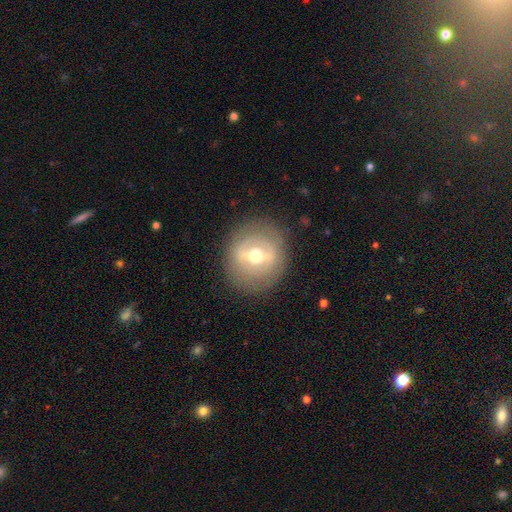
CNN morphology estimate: Smooth or featured?
  - featured or disk: 69% *
  - smooth: 24%
  - star or artifact: 7%
Edge-on disk?
  - no: 89% *
  - yes: 11%
Bar?
  - strong: 56% *
  - weak: 31%
  - no: 12%
Spiral arms?
  - no: 72% *
  - yes: 28%
Bulge size?
  - moderate: 74% *
  - small: 17%
  - large: 7%
  - dominant: 1%
  - none: 1%
Merging?
  - none: 83% *
  - minor disturbance: 11%
  - major disturbance: 5%
  - merger: 1%